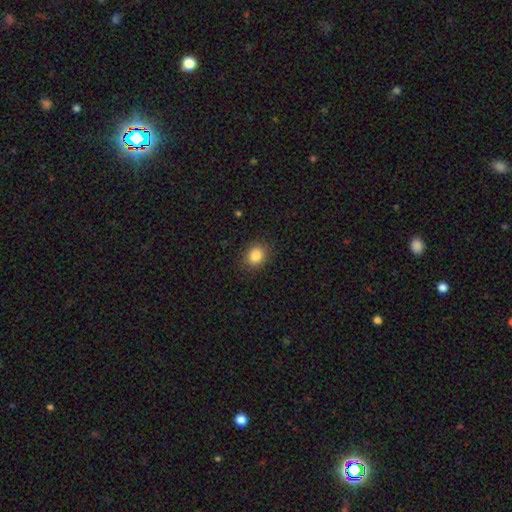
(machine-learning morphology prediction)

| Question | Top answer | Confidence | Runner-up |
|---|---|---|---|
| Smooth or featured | smooth | 85% | star or artifact (10%) |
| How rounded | round | 55% | in between (44%) |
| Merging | none | 88% | minor disturbance (8%) |